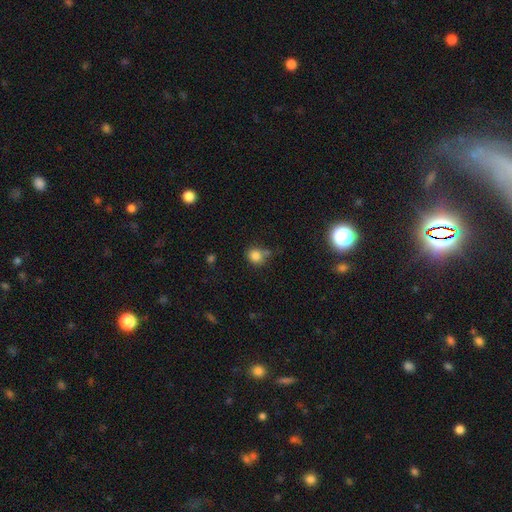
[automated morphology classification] Smooth or featured?
  - smooth: 82% *
  - star or artifact: 12%
  - featured or disk: 6%
How rounded?
  - round: 73% *
  - in between: 26%
  - cigar-shaped: 1%
Merging?
  - none: 59% *
  - minor disturbance: 20%
  - merger: 14%
  - major disturbance: 7%